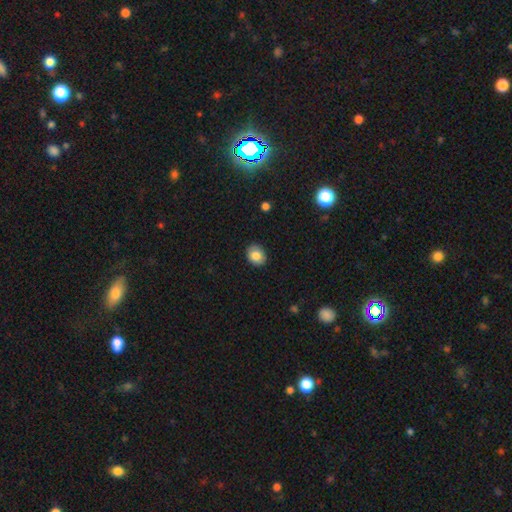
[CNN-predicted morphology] Smooth or featured?
  - smooth: 83% *
  - star or artifact: 8%
  - featured or disk: 8%
How rounded?
  - round: 55% *
  - in between: 45%
  - cigar-shaped: 1%
Merging?
  - none: 87% *
  - minor disturbance: 10%
  - major disturbance: 2%
  - merger: 1%